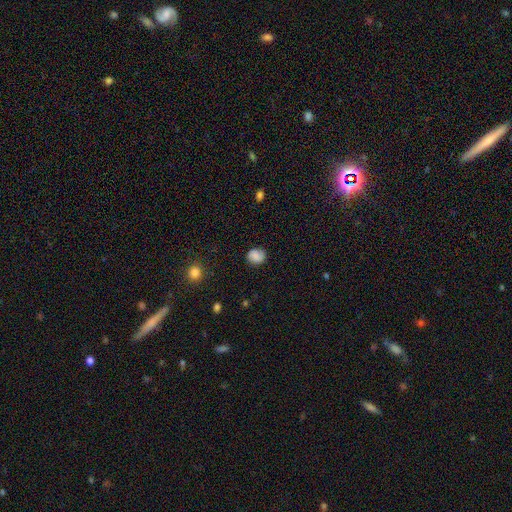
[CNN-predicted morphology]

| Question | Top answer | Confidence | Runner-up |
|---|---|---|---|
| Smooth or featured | smooth | 79% | featured or disk (11%) |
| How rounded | round | 73% | in between (26%) |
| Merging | none | 81% | minor disturbance (14%) |